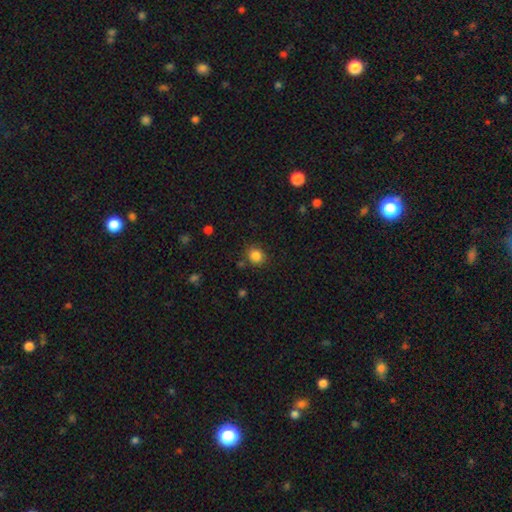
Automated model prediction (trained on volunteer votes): The model was most divided on "how rounded": round: 75%, in between: 24%, cigar-shaped: 1%. More confident: smooth or featured — smooth (85%); merging — none (83%).